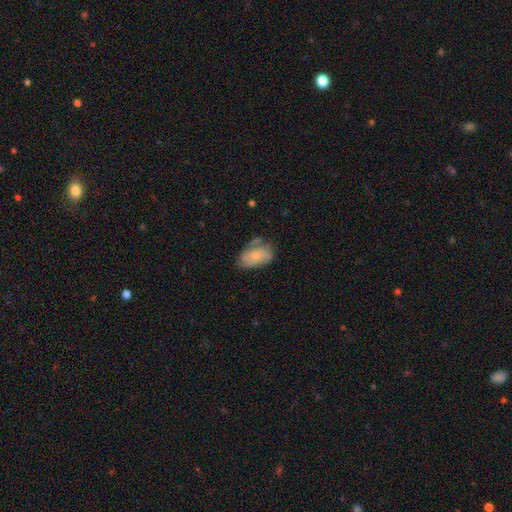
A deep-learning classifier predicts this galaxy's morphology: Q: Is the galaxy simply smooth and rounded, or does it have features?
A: smooth — 65%.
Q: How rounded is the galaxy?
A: in between — 91%.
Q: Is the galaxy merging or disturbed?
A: none — 48%.